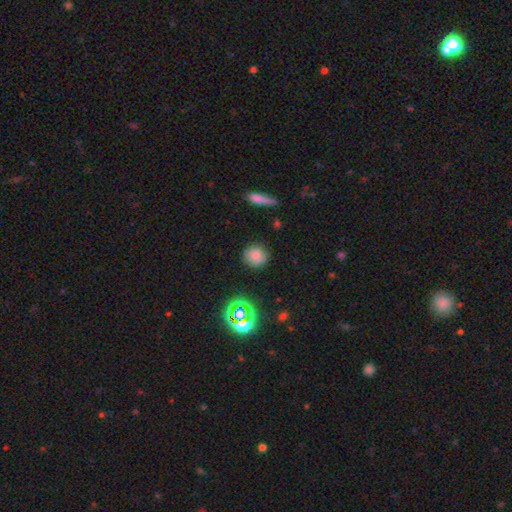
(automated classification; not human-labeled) Smooth or featured? smooth (75%)
How rounded? round (86%)
Merging? none (84%)